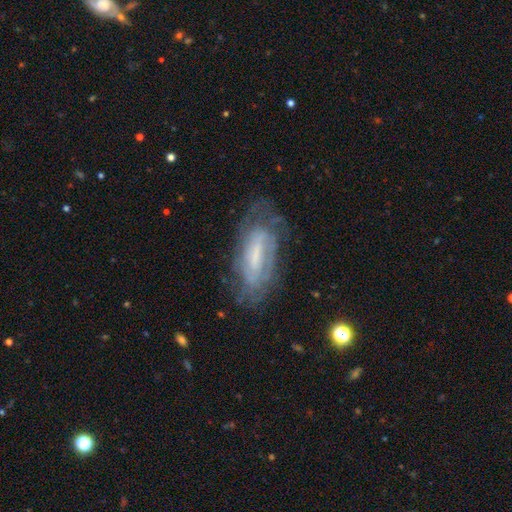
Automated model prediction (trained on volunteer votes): Overall: featured or disk (68%). Edge-on disk: no (86%). Bar: weak (42%; strong 31%). Spiral arms: yes (76%). Bulge size: small (36%; moderate 27%). Merging: none (64%).